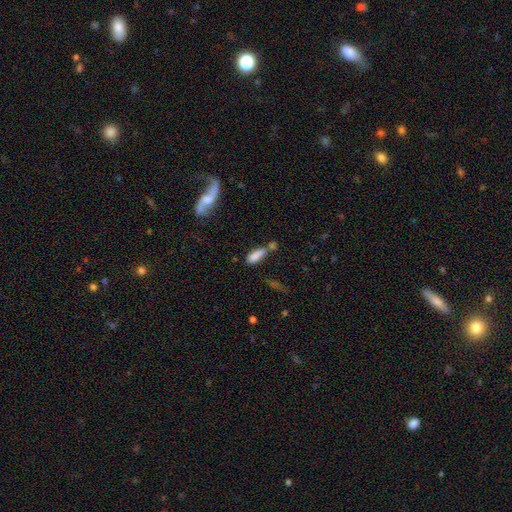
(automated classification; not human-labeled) smooth_or_featured: smooth (p=0.80) [alt: featured or disk p=0.11]
how_rounded: in between (p=0.62) [alt: cigar-shaped p=0.36]
merging: none (p=0.42) [alt: merger p=0.31]